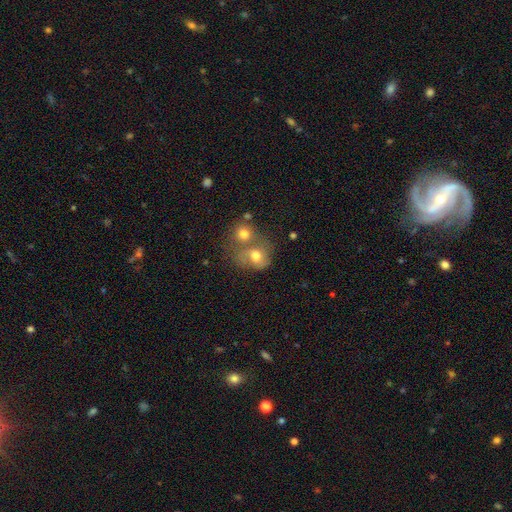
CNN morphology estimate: smooth-or-featured: smooth: 64% | featured or disk: 25% | star or artifact: 11%
  how-rounded: round: 60% | in between: 39% | cigar-shaped: 1%
  merging: merger: 55% | none: 25% | minor disturbance: 11% | major disturbance: 10%